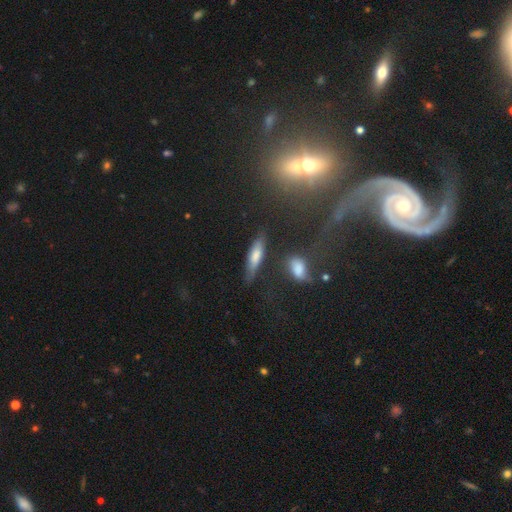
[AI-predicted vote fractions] Smooth or featured: smooth — 65% (featured or disk — 27%)
How rounded: cigar-shaped — 69% (in between — 29%)
Merging: none — 67% (minor disturbance — 22%)